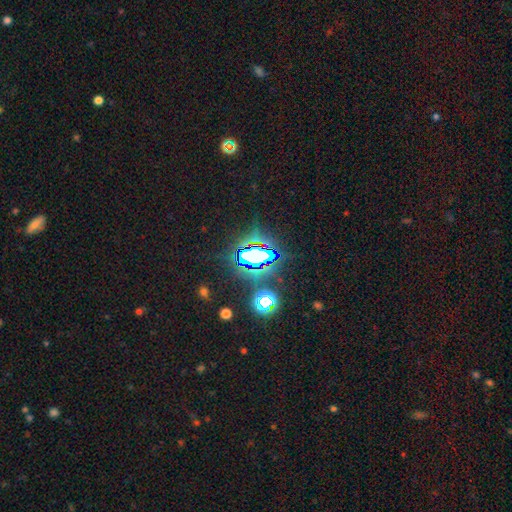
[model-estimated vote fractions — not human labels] Morphology: type=star or artifact (70%).